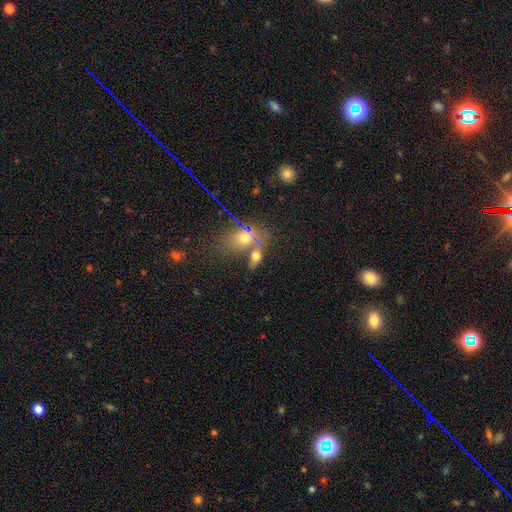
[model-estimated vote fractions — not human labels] Smooth or featured?
  - smooth: 62% *
  - featured or disk: 22%
  - star or artifact: 17%
How rounded?
  - in between: 77% *
  - round: 16%
  - cigar-shaped: 7%
Merging?
  - none: 45% *
  - merger: 33%
  - minor disturbance: 13%
  - major disturbance: 8%